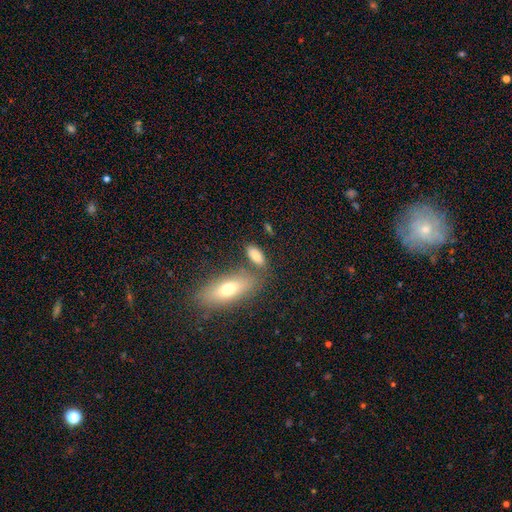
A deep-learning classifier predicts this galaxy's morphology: type=smooth (78%); roundness=in between (83%); merging=none (67%).